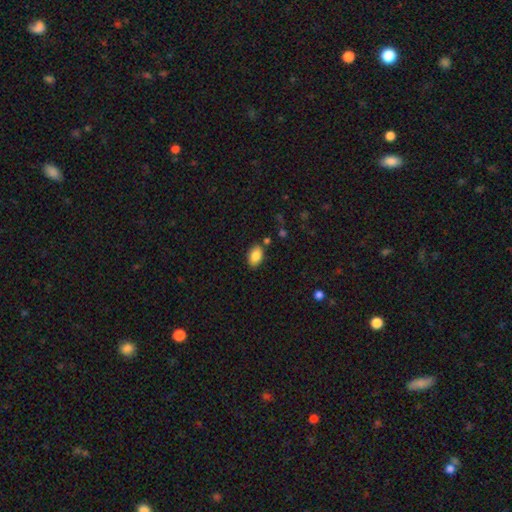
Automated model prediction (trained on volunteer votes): A smooth galaxy with no disk features (86%) that is in between round and cigar-shaped (89%).

Vote fractions:
- Smooth or featured? smooth: 86% / star or artifact: 8% / featured or disk: 6%
- How rounded? in between: 89% / round: 9% / cigar-shaped: 1%
- Merging? none: 82% / minor disturbance: 11% / merger: 4% / major disturbance: 3%